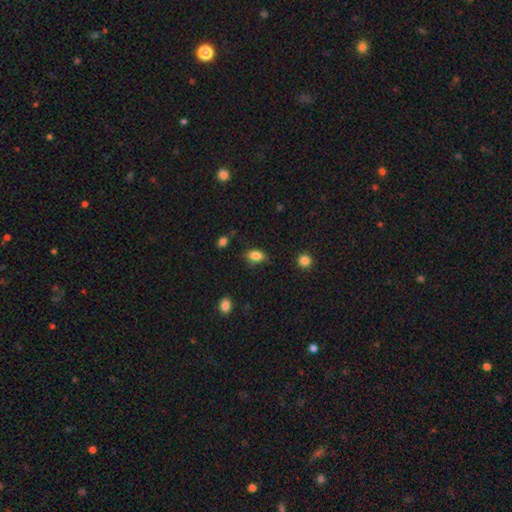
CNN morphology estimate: type=smooth (83%); roundness=in between (83%); merging=none (70%).